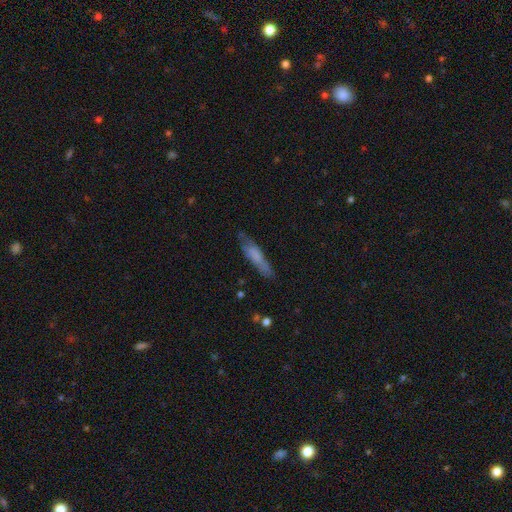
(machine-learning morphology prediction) smooth-or-featured: smooth: 61% | featured or disk: 31% | star or artifact: 7%
  how-rounded: cigar-shaped: 79% | in between: 20% | round: 2%
  merging: none: 68% | minor disturbance: 23% | major disturbance: 7% | merger: 2%